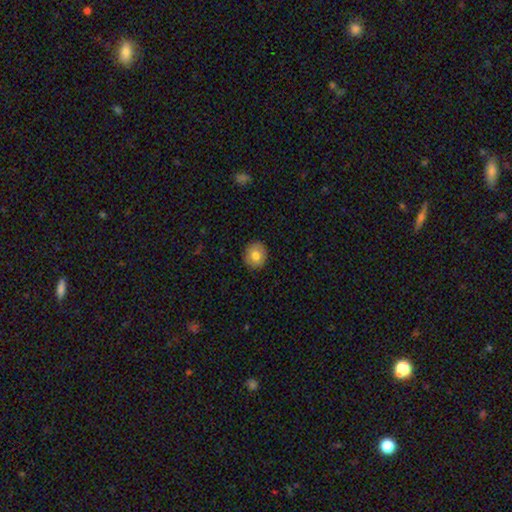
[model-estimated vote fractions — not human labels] A smooth galaxy with no disk features (77%) that is round (79%).

Vote fractions:
- Smooth or featured? smooth: 77% / featured or disk: 14% / star or artifact: 8%
- How rounded? round: 79% / in between: 20% / cigar-shaped: 1%
- Merging? none: 90% / minor disturbance: 7% / major disturbance: 2% / merger: 1%